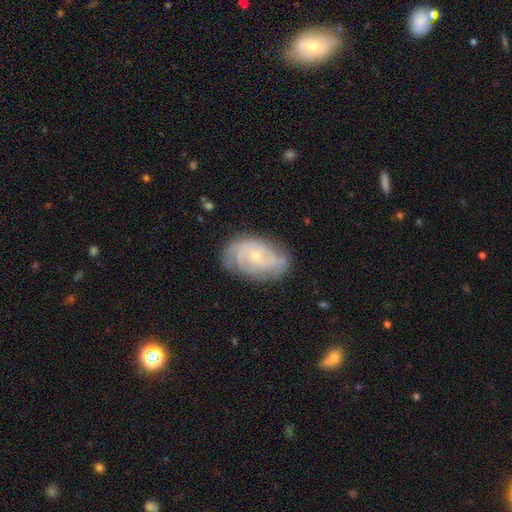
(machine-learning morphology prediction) Smooth or featured? featured or disk (80%)
Edge-on disk? no (96%)
Bar? no (75%)
Spiral arms? yes (93%)
Spiral winding? tight (66%)
Spiral arm count? can't tell (34%)
Bulge size? small (60%)
Merging? none (75%)